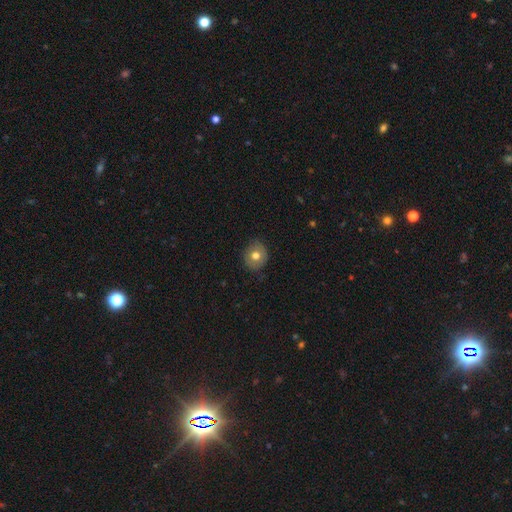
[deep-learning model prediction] A smooth galaxy with no disk features (71%) that is round (77%). Merging: none (82%).